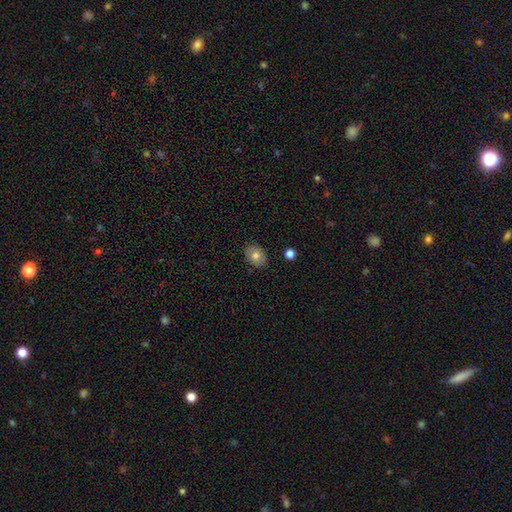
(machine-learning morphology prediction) Smooth or featured?
  - smooth: 75% *
  - featured or disk: 17%
  - star or artifact: 8%
How rounded?
  - in between: 63% *
  - round: 36%
  - cigar-shaped: 1%
Merging?
  - none: 86% *
  - minor disturbance: 10%
  - major disturbance: 2%
  - merger: 2%